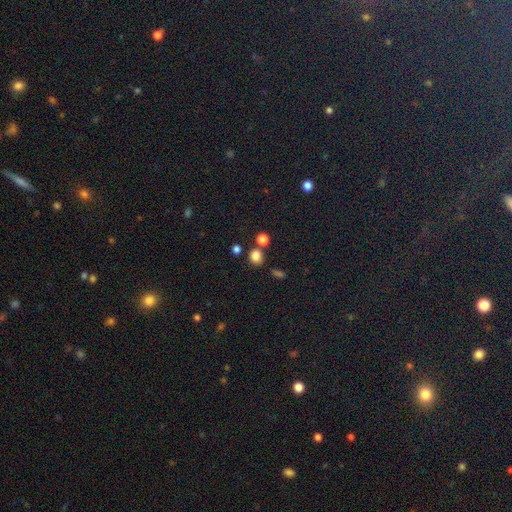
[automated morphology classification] Smooth or featured: smooth — 81% (star or artifact — 15%)
How rounded: round — 70% (in between — 28%)
Merging: none — 70% (merger — 16%)